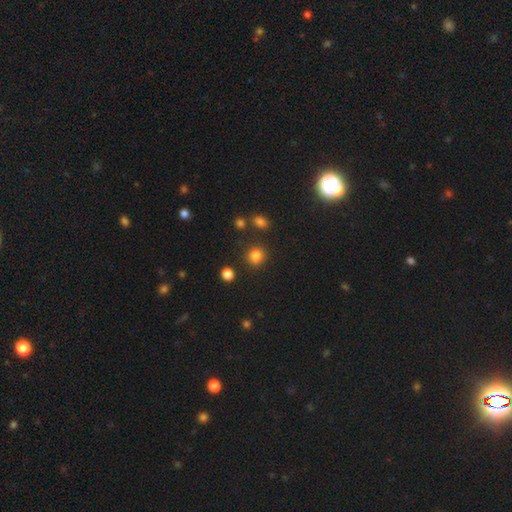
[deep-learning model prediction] Smooth or featured? smooth (82%)
How rounded? round (88%)
Merging? none (86%)